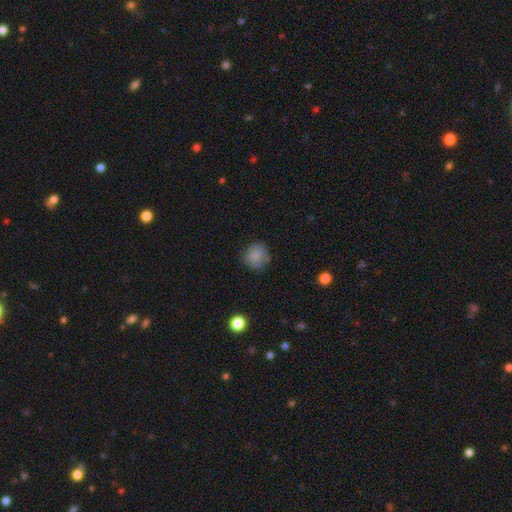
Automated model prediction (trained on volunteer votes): A smooth galaxy with no disk features (77%) that is round (84%).

Vote fractions:
- Smooth or featured? smooth: 77% / featured or disk: 14% / star or artifact: 9%
- How rounded? round: 84% / in between: 14% / cigar-shaped: 1%
- Merging? none: 74% / minor disturbance: 19% / major disturbance: 6% / merger: 2%